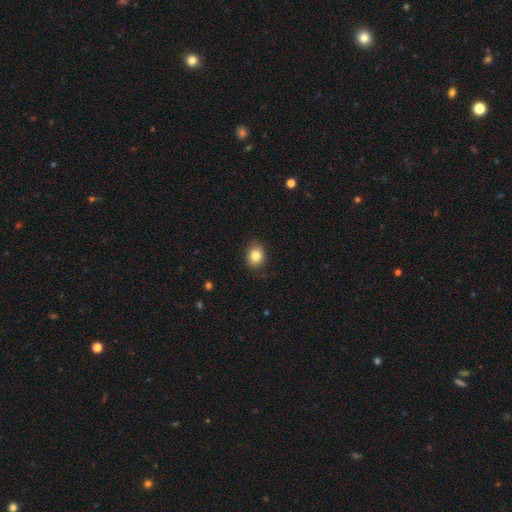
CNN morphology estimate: Smooth or featured?
  - smooth: 83% *
  - star or artifact: 10%
  - featured or disk: 7%
How rounded?
  - in between: 52% *
  - round: 47%
  - cigar-shaped: 1%
Merging?
  - none: 85% *
  - minor disturbance: 11%
  - major disturbance: 2%
  - merger: 1%